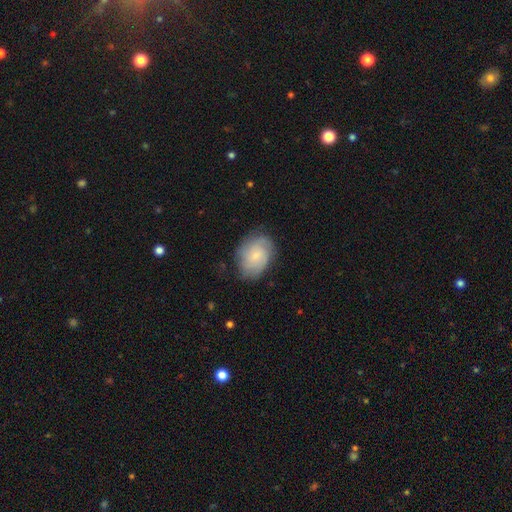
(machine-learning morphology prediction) Smooth or featured? featured or disk (52%)
Edge-on disk? no (97%)
Bar? no (74%)
Spiral arms? yes (89%)
Bulge size? small (69%)
Merging? none (74%)